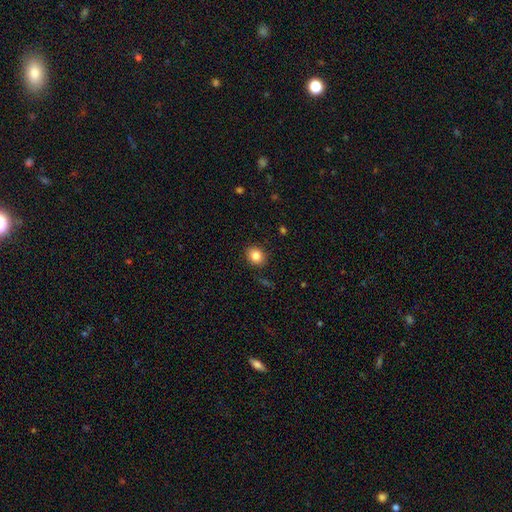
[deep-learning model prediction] Q: Smooth or featured?
A: smooth (84%); runner-up: star or artifact (10%)
Q: How rounded?
A: round (60%); runner-up: in between (39%)
Q: Merging?
A: none (88%); runner-up: minor disturbance (8%)